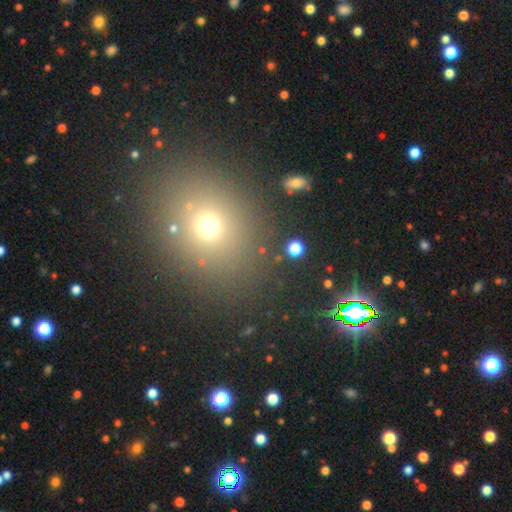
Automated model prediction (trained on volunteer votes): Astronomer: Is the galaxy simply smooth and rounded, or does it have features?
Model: smooth — 56% (runner-up: star or artifact, 35%).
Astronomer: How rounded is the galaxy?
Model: round — 64%.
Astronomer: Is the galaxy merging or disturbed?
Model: none — 85%.